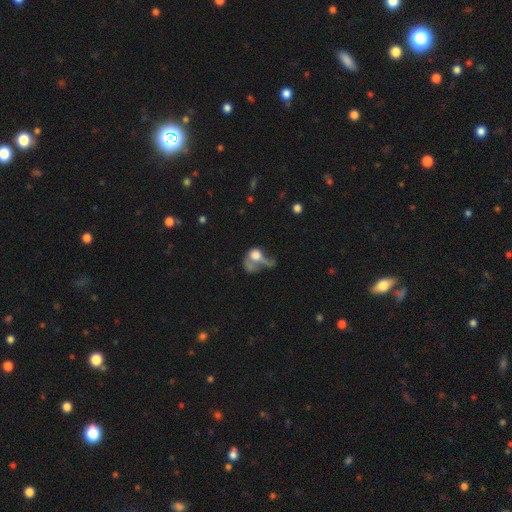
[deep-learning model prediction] Overall: smooth (53%; featured or disk 34%). How rounded: round (50%; in between 47%). Merging: major disturbance (47%; merger 24%).